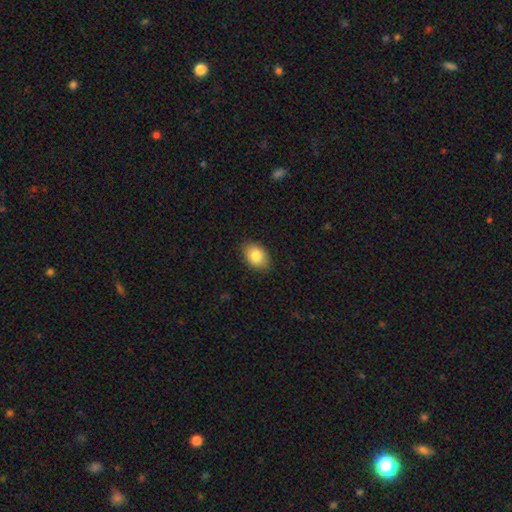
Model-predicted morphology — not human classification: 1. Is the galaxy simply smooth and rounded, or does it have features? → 84% smooth, 9% featured or disk, 7% star or artifact.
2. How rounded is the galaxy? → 81% in between, 18% round, 1% cigar-shaped.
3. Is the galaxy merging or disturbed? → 87% none, 10% minor disturbance, 2% major disturbance, 1% merger.